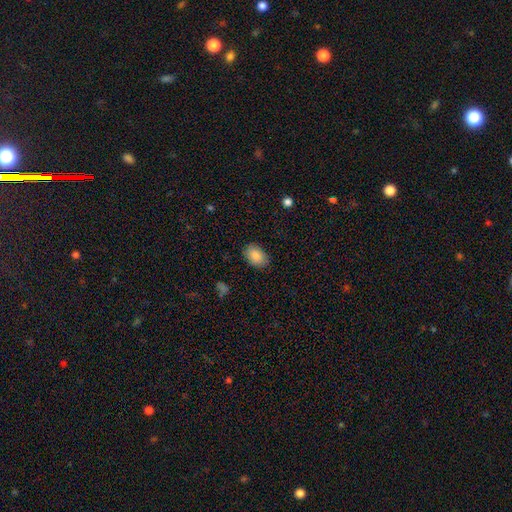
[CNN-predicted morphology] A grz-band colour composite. It shows a smooth galaxy with no disk features (86%) that is in between round and cigar-shaped (87%). Merging: none (86%).